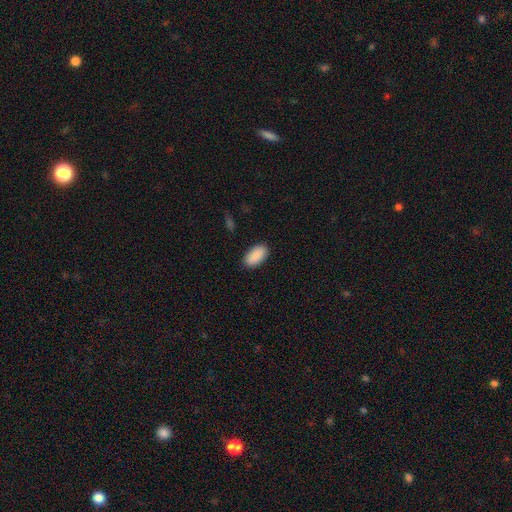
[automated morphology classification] smooth 91%, star or artifact 6%, featured or disk 3%. Down the decision tree: how rounded — in between (95%); merging — none (88%).